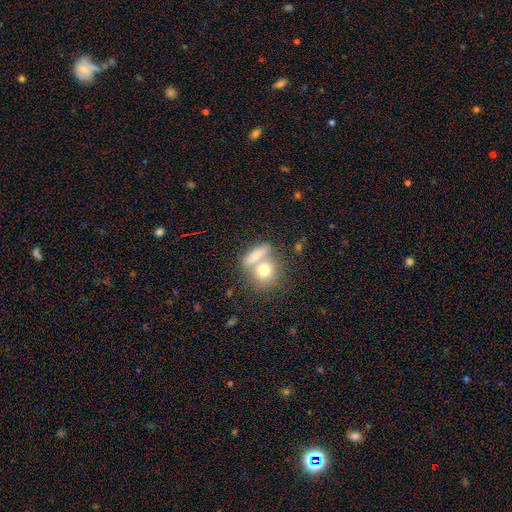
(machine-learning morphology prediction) Smooth or featured?
  - smooth: 73% *
  - featured or disk: 18%
  - star or artifact: 9%
How rounded?
  - in between: 44% *
  - round: 41%
  - cigar-shaped: 15%
Merging?
  - merger: 48% *
  - none: 38%
  - minor disturbance: 9%
  - major disturbance: 5%